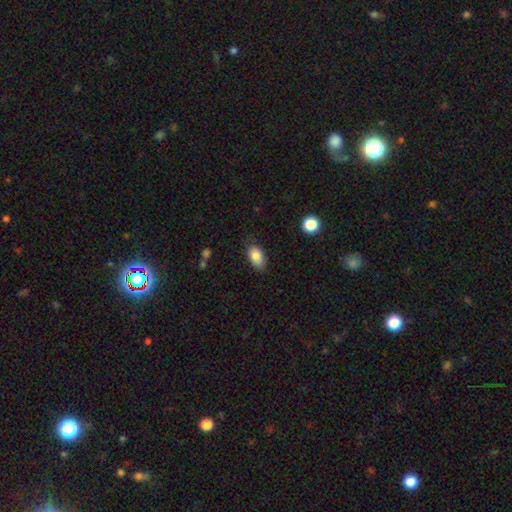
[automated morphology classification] The model was most divided on "merging": none: 78%, minor disturbance: 18%, major disturbance: 3%, merger: 1%. More confident: how rounded — in between (91%); smooth or featured — smooth (84%).